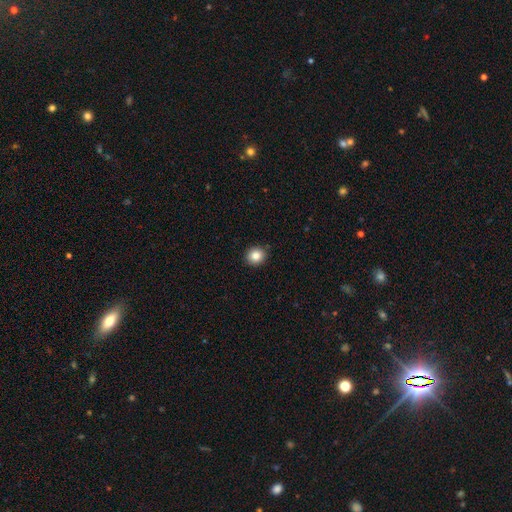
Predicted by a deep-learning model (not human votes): Smooth or featured?
  - smooth: 85% *
  - star or artifact: 10%
  - featured or disk: 5%
How rounded?
  - round: 86% *
  - in between: 13%
  - cigar-shaped: 1%
Merging?
  - none: 91% *
  - minor disturbance: 7%
  - major disturbance: 2%
  - merger: 1%